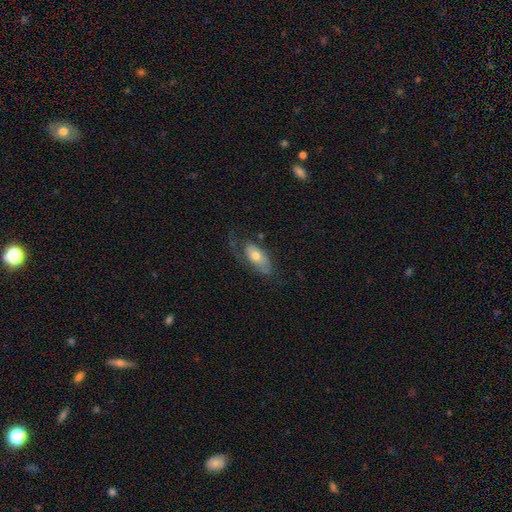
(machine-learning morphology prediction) type=smooth (50%); merging=none (43%).